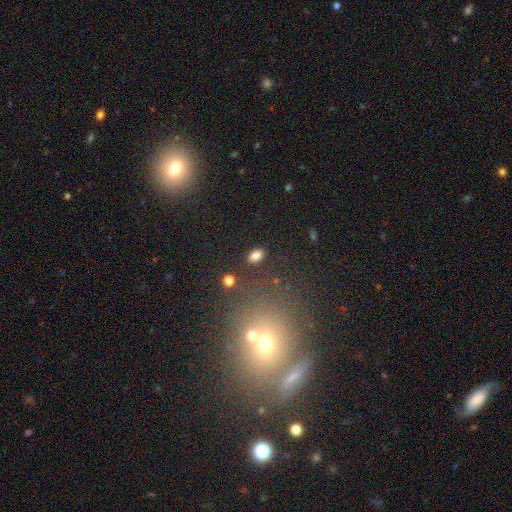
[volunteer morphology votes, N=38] This appears to be a smooth galaxy with no disk features (95%) that is in between round and cigar-shaped (92%). Merging: none (86%).